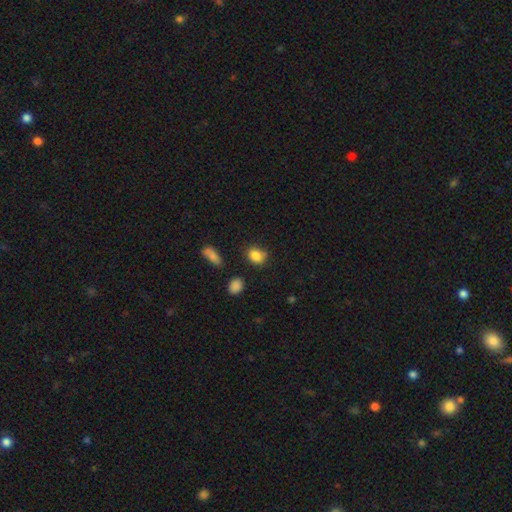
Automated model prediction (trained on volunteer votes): Smooth or featured? Predicted: smooth (p=0.84). How rounded? Predicted: in between (p=0.56). Merging? Predicted: none (p=0.68).